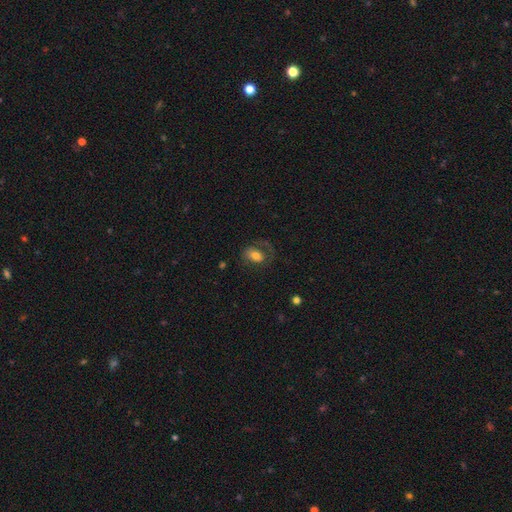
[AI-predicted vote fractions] Overall: smooth (59%; featured or disk 32%). How rounded: in between (77%). Merging: none (53%; major disturbance 26%).